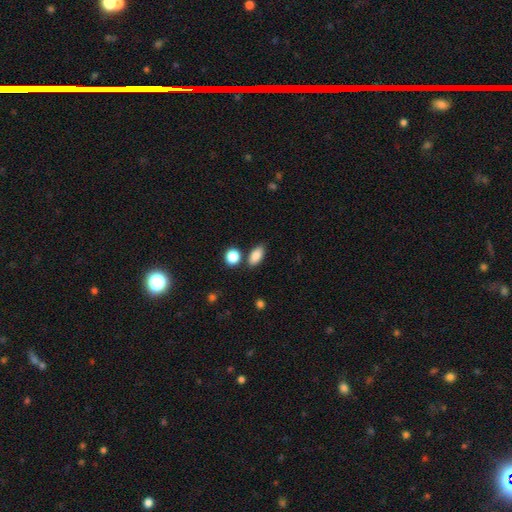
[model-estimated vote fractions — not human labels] This appears to be a smooth galaxy with no disk features (86%) that is in between round and cigar-shaped (87%). Merging: none (77%).